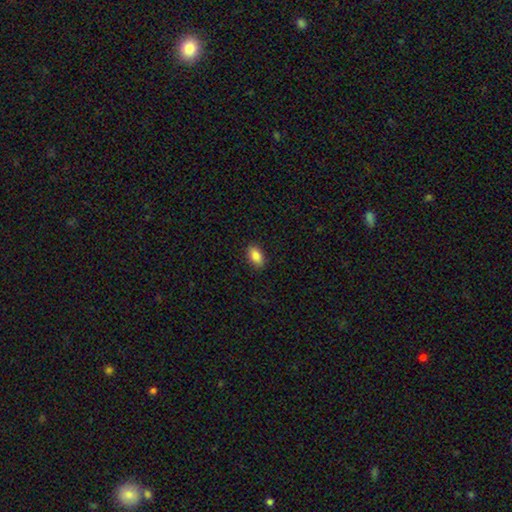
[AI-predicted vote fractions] This appears to be a smooth galaxy with no disk features (87%) that is in between round and cigar-shaped (91%). Merging: none (88%).